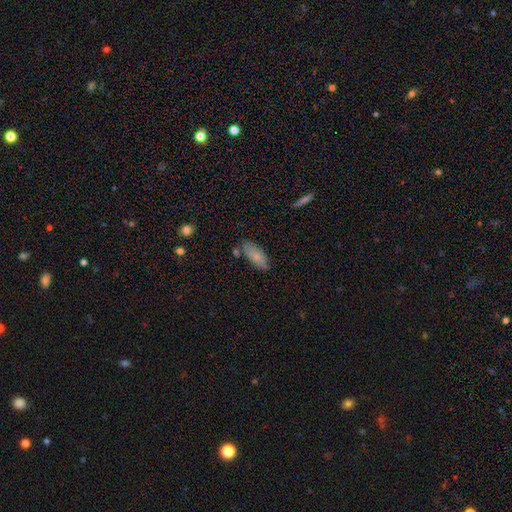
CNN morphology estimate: Smooth or featured? Predicted: smooth (p=0.76). How rounded? Predicted: in between (p=0.84). Merging? Predicted: none (p=0.70).